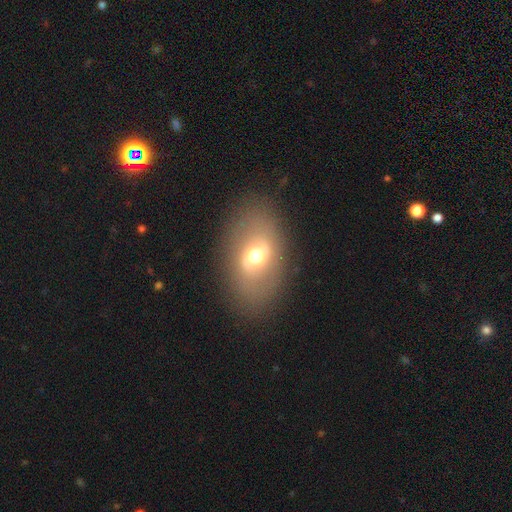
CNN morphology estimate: This appears to be a smooth galaxy with no disk features (47%). Merging: none (85%).